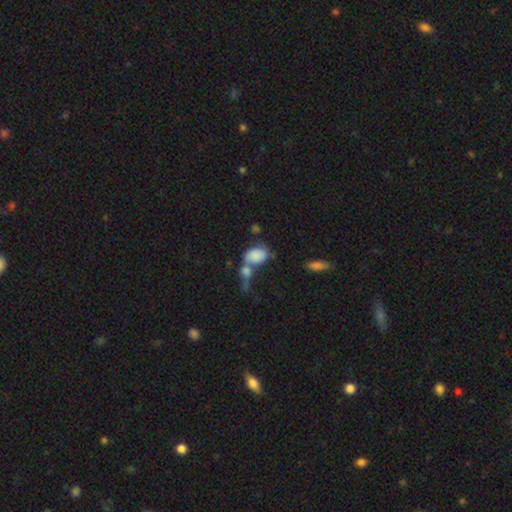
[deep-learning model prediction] This is likely a smooth galaxy (79%). How rounded: clearly in between (81%). Merging: possibly merger (51%).